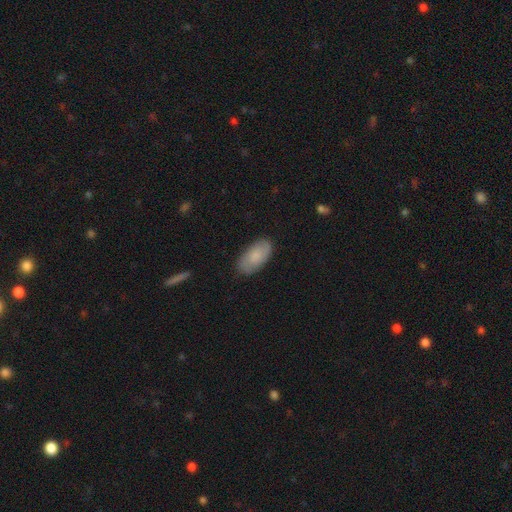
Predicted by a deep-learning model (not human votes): smooth 74%, featured or disk 19%, star or artifact 6%. Down the decision tree: how rounded — in between (94%); merging — none (83%).